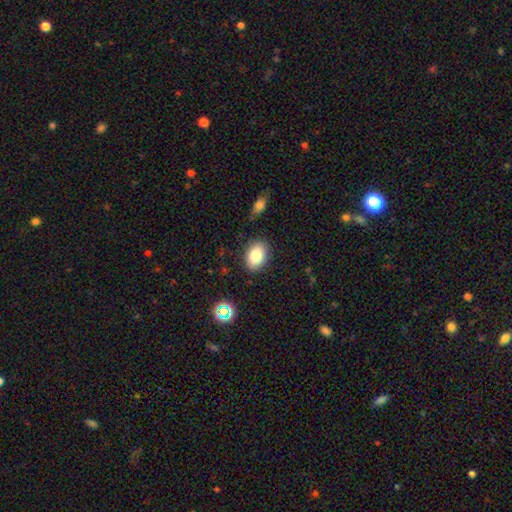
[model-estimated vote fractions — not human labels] Morphology: type=smooth (81%); roundness=in between (82%); merging=none (84%).